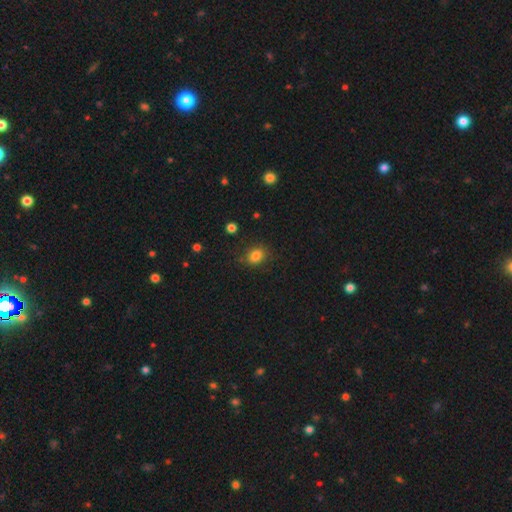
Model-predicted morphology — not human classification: smooth_or_featured: smooth (p=0.82) [alt: star or artifact p=0.12]
how_rounded: round (p=0.53) [alt: in between p=0.46]
merging: none (p=0.81) [alt: minor disturbance p=0.13]